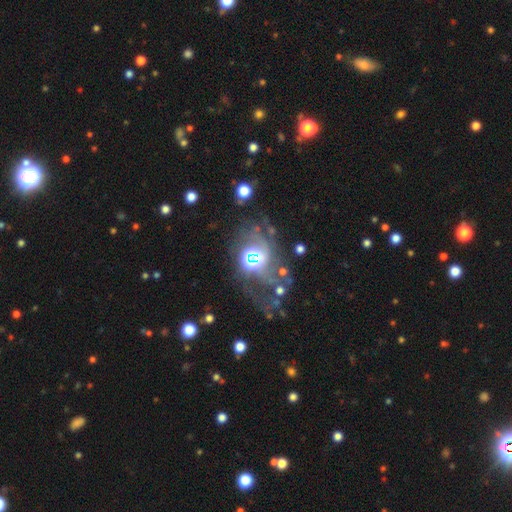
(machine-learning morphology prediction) featured or disk 59%, star or artifact 22%, smooth 19%. Down the decision tree: edge-on disk — no (96%); bar — no (65%); spiral arms — yes (56%); bulge size — moderate (46%); merging — none (37%).